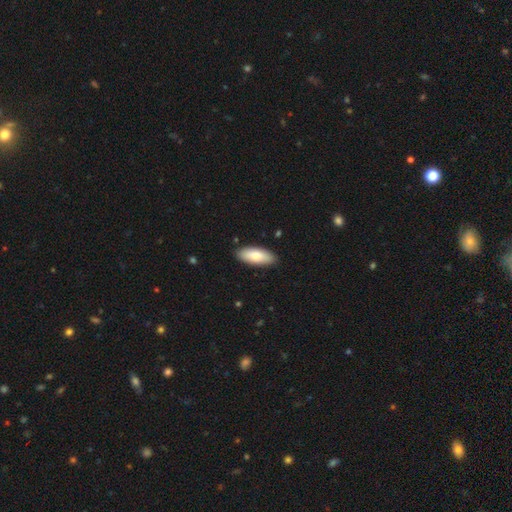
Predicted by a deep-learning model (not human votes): smooth_or_featured: smooth (p=0.80) [alt: featured or disk p=0.15]
how_rounded: in between (p=0.80) [alt: cigar-shaped p=0.18]
merging: none (p=0.89) [alt: minor disturbance p=0.08]